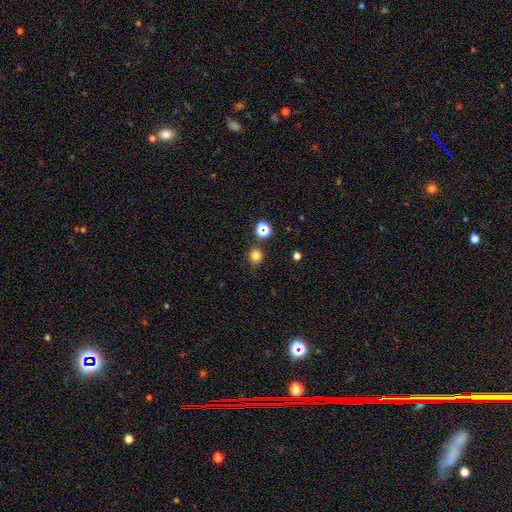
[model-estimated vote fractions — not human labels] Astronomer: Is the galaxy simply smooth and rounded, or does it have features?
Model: smooth — 77%.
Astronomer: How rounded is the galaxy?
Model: round — 89%.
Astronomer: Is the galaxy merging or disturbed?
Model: none — 83%.